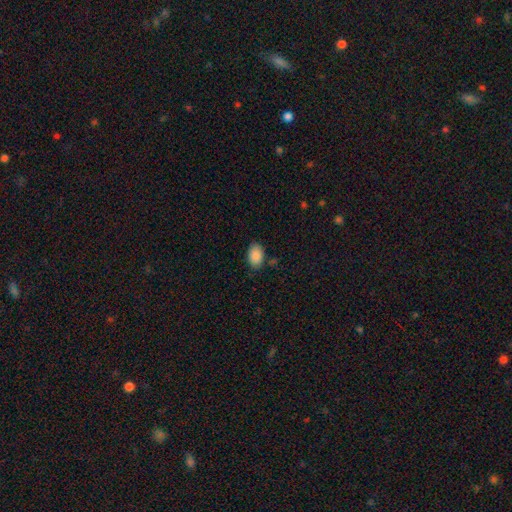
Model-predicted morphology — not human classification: The model was most divided on "merging": none: 82%, minor disturbance: 13%, major disturbance: 3%, merger: 3%. More confident: how rounded — in between (90%); smooth or featured — smooth (89%).